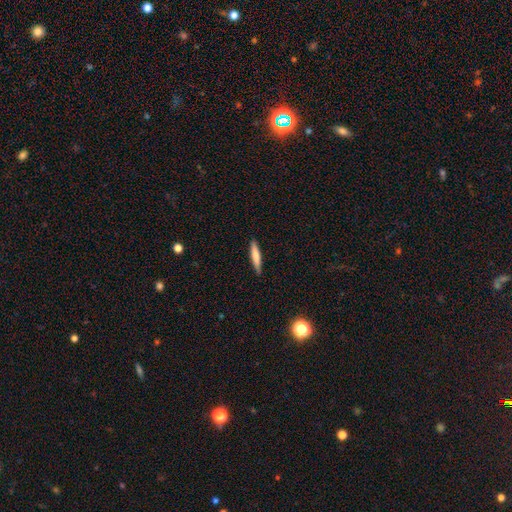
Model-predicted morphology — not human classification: This appears to be a smooth galaxy with no disk features (73%) that is cigar-shaped (89%). Merging: none (86%).